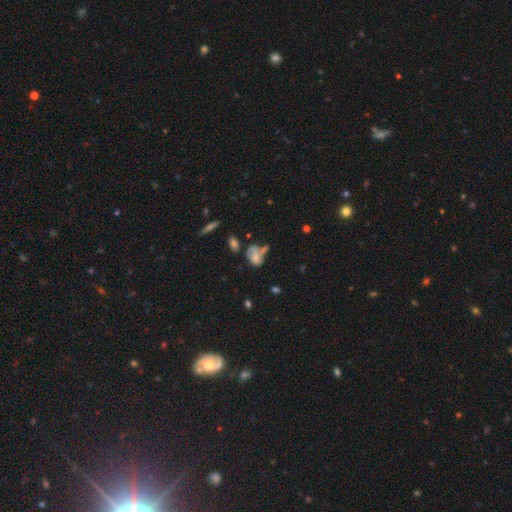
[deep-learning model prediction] The model was most divided on "merging": merger: 32%, none: 26%, minor disturbance: 21%, major disturbance: 20%. More confident: how rounded — in between (80%); smooth or featured — smooth (57%).